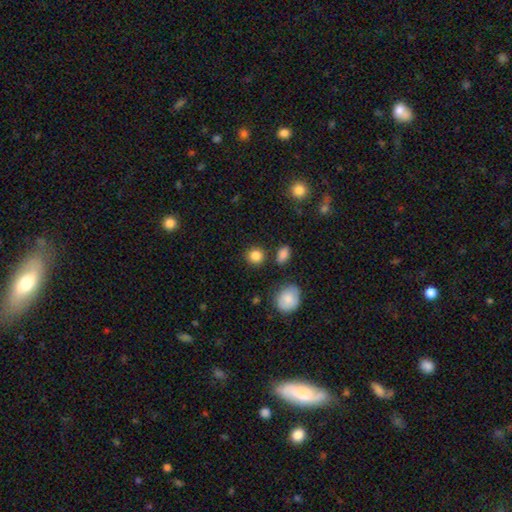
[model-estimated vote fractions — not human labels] This is clearly a smooth galaxy (85%). How rounded: clearly round (87%). Merging: clearly none (85%).